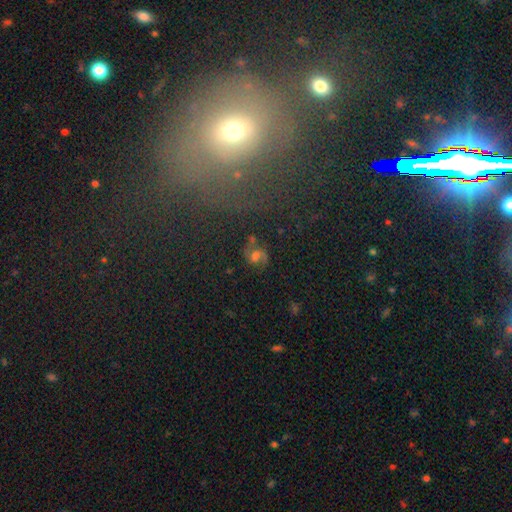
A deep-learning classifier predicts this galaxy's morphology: smooth-or-featured: featured or disk: 63% | smooth: 22% | star or artifact: 15%
  disk-edge-on: no: 97% | yes: 3%
    bar: no: 57% | weak: 35% | strong: 8%
    has-spiral-arms: yes: 90% | no: 10%
      spiral-winding: medium: 48% | loose: 38% | tight: 14%
      spiral-arm-count: 2: 86% | 1: 5% | can't tell: 5% | 3: 1% | 4: 1% | more than 4: 1%
    bulge-size: moderate: 54% | small: 22% | large: 15% | none: 7% | dominant: 2%
  merging: none: 64% | minor disturbance: 18% | major disturbance: 12% | merger: 6%